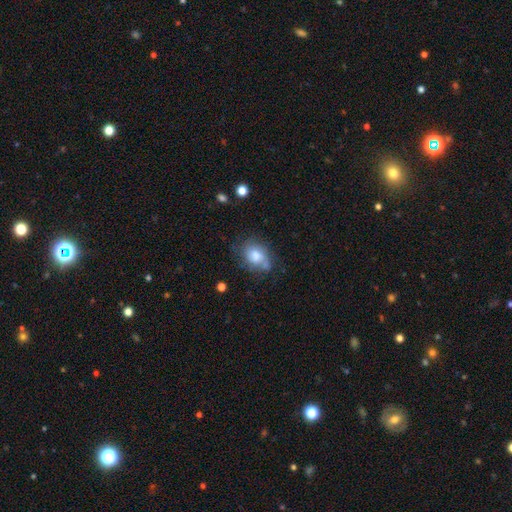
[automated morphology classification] smooth 64%, featured or disk 26%, star or artifact 9%. Down the decision tree: how rounded — in between (63%); merging — none (56%).